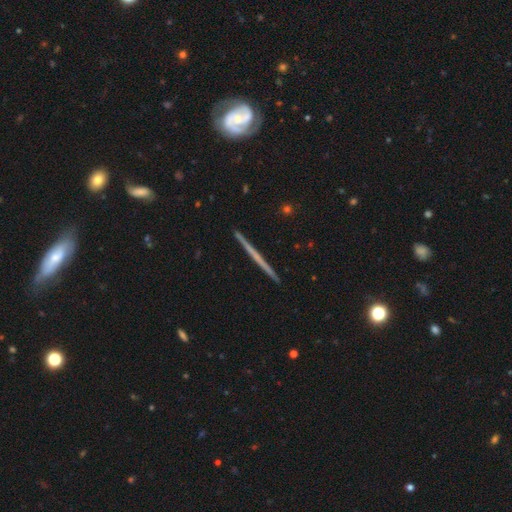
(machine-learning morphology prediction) Smooth or featured: featured or disk — 66% (smooth — 28%)
Edge-on disk: yes — 98% (no — 2%)
Edge-on bulge: none — 82% (rounded — 14%)
Merging: none — 93% (minor disturbance — 5%)